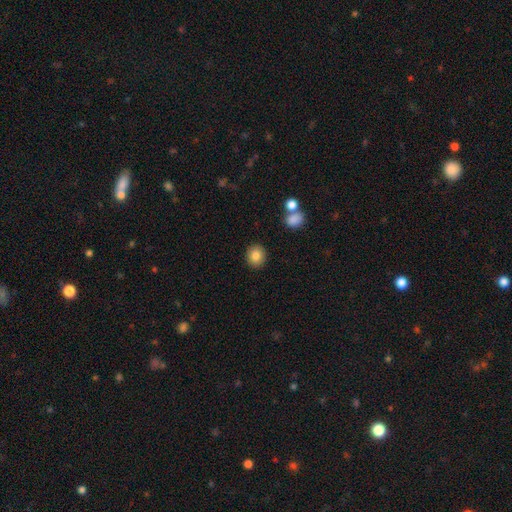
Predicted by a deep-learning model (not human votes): Overall: smooth (84%). How rounded: round (78%). Merging: none (89%).